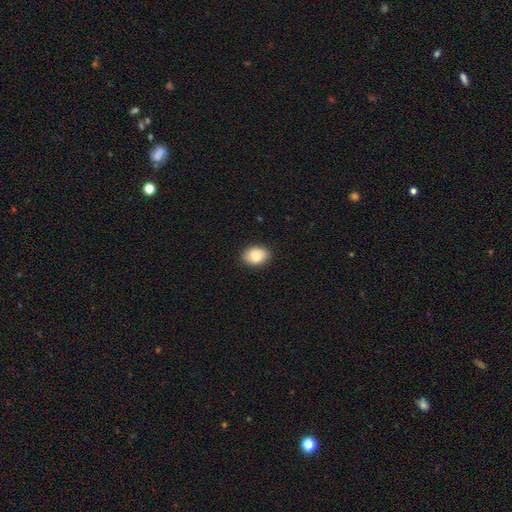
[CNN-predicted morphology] A smooth galaxy with no disk features (79%) that is in between round and cigar-shaped (78%). Merging: none (89%).